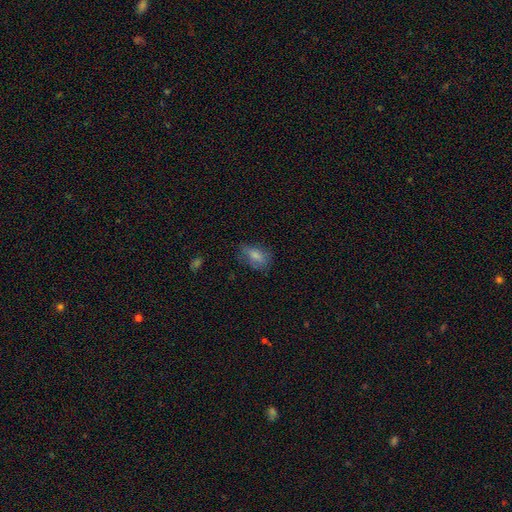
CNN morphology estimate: type=smooth (76%); roundness=in between (86%); merging=none (61%).